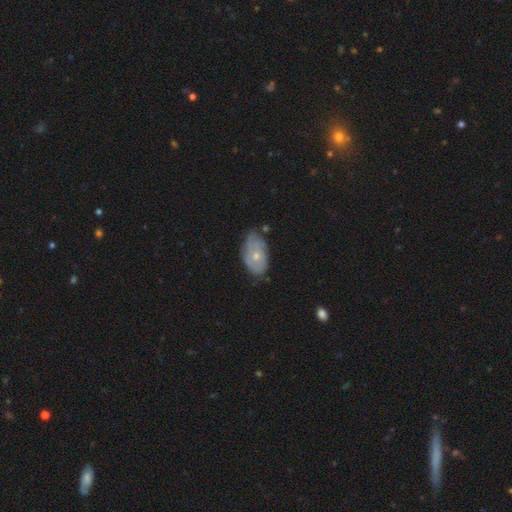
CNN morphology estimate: smooth-or-featured: featured or disk: 51% | smooth: 42% | star or artifact: 7%
  disk-edge-on: no: 93% | yes: 7%
  merging: none: 55% | minor disturbance: 34% | major disturbance: 8% | merger: 3%